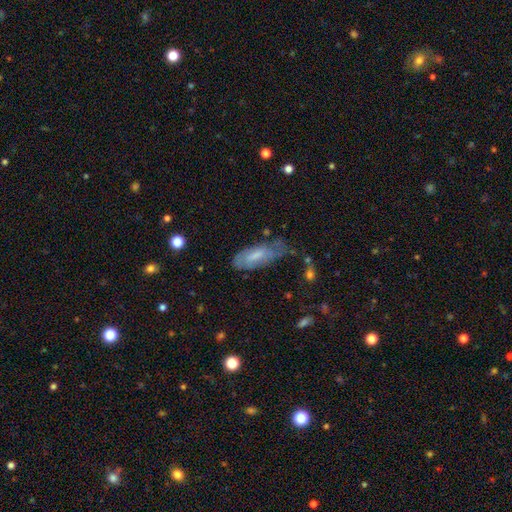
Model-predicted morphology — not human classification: This appears to be a smooth galaxy with no disk features (56%) that is in between round and cigar-shaped (72%). Merging: none (43%).